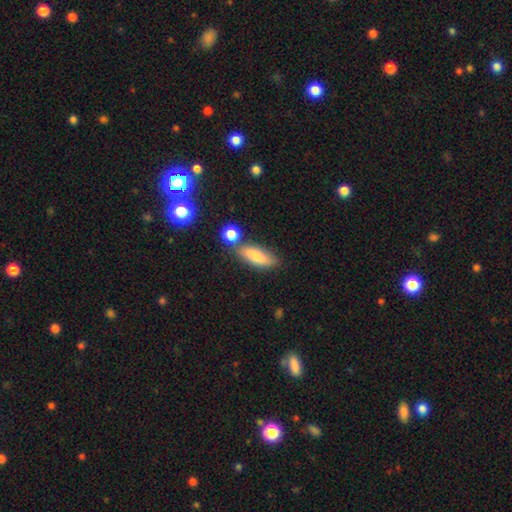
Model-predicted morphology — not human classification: Smooth or featured?
  - smooth: 78% *
  - featured or disk: 14%
  - star or artifact: 8%
How rounded?
  - in between: 61% *
  - cigar-shaped: 36%
  - round: 3%
Merging?
  - none: 64% *
  - merger: 17%
  - minor disturbance: 15%
  - major disturbance: 4%